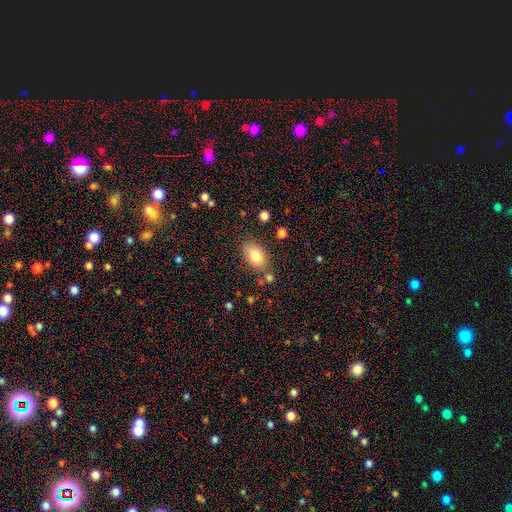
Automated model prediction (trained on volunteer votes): This appears to be a smooth galaxy with no disk features (82%) that is in between round and cigar-shaped (87%). Merging: none (78%).